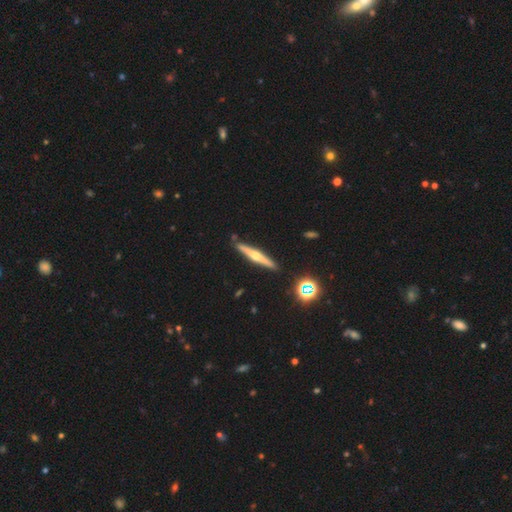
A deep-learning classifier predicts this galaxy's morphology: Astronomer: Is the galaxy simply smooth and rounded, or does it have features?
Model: featured or disk — 72%.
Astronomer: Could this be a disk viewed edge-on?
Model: yes — 98%.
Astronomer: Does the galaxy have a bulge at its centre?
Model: rounded — 92%.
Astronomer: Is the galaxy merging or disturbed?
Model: none — 89%.